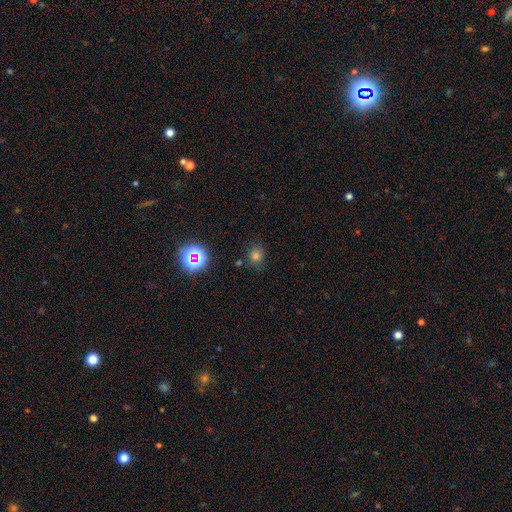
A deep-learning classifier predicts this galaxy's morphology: Smooth or featured? Predicted: smooth (p=0.71). How rounded? Predicted: round (p=0.82). Merging? Predicted: none (p=0.79).